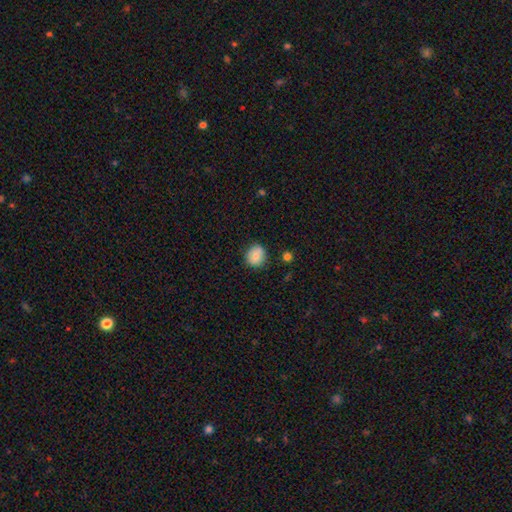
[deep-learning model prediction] Smooth or featured? Predicted: smooth (p=0.77). How rounded? Predicted: round (p=0.86). Merging? Predicted: none (p=0.80).